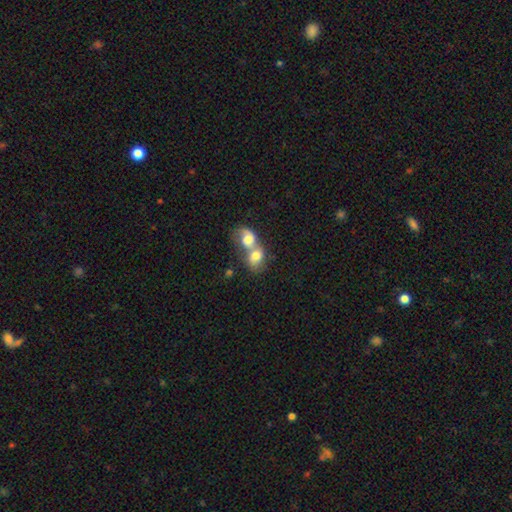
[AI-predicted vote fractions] Smooth or featured: smooth — 68% (featured or disk — 23%)
How rounded: in between — 54% (round — 44%)
Merging: merger — 82% (none — 10%)